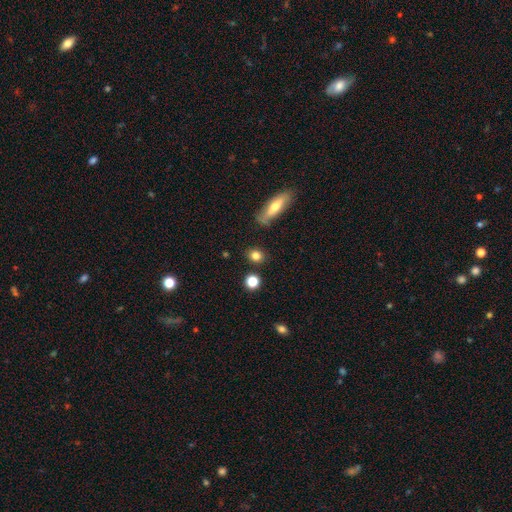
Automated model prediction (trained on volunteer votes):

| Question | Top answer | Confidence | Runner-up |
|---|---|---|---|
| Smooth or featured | smooth | 81% | star or artifact (11%) |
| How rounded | round | 71% | in between (25%) |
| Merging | none | 85% | minor disturbance (8%) |